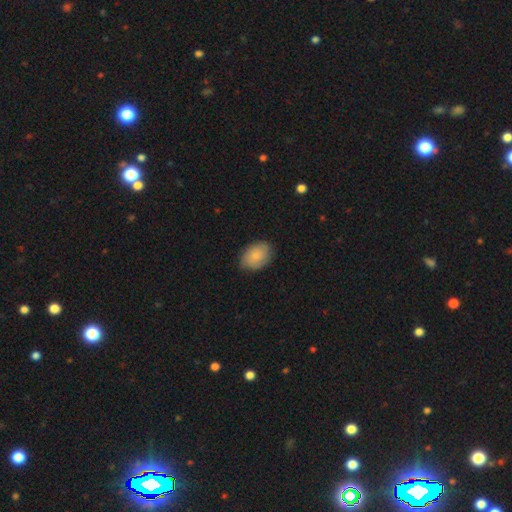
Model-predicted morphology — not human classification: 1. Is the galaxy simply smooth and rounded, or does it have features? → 81% smooth, 13% featured or disk, 6% star or artifact.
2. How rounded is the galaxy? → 82% in between, 17% round, 1% cigar-shaped.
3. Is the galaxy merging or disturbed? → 83% none, 13% minor disturbance, 3% major disturbance, 1% merger.